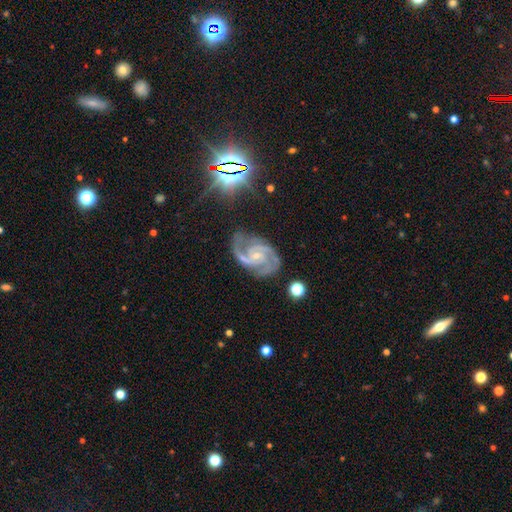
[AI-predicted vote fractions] Smooth or featured? featured or disk (91%)
Edge-on disk? no (98%)
Bar? no (52%)
Spiral arms? yes (98%)
Spiral winding? medium (56%)
Spiral arm count? 2 (59%)
Bulge size? small (74%)
Merging? none (65%)